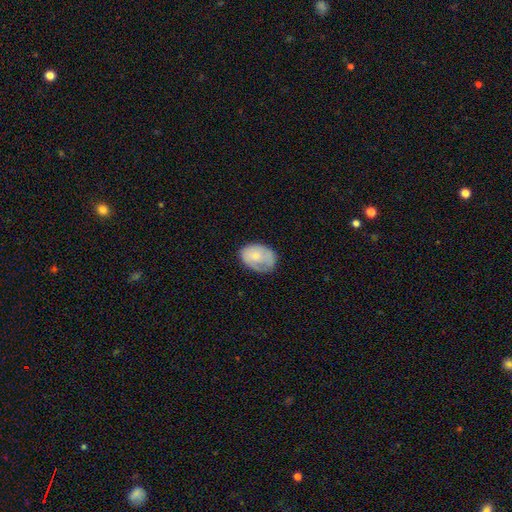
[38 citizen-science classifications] smooth-or-featured: smooth: 82% | featured or disk: 11% | star or artifact: 8%
  how-rounded: in between: 81% | round: 19% | cigar-shaped: 0%
  merging: minor disturbance: 51% | none: 40% | major disturbance: 6% | merger: 3%